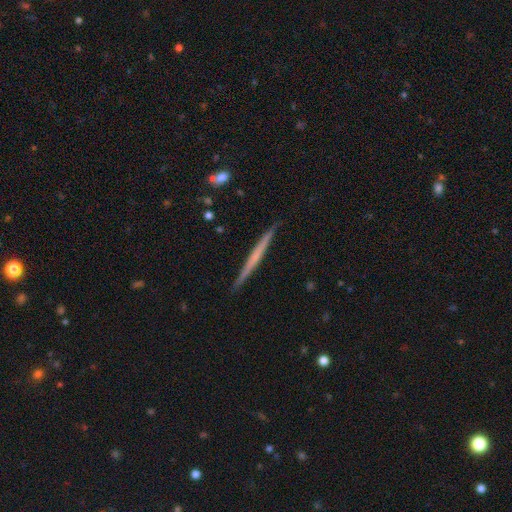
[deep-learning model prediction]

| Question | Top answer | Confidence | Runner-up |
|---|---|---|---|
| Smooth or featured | featured or disk | 55% | smooth (40%) |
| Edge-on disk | yes | 98% | no (2%) |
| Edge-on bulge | none | 83% | rounded (11%) |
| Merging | none | 91% | minor disturbance (7%) |